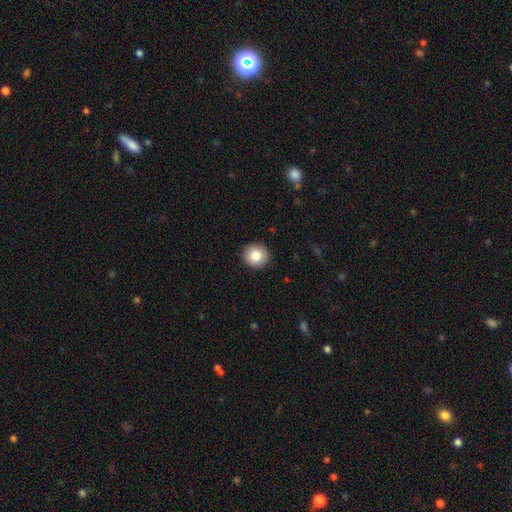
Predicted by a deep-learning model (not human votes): This is clearly a smooth galaxy (84%). How rounded: clearly round (93%). Merging: clearly none (92%).